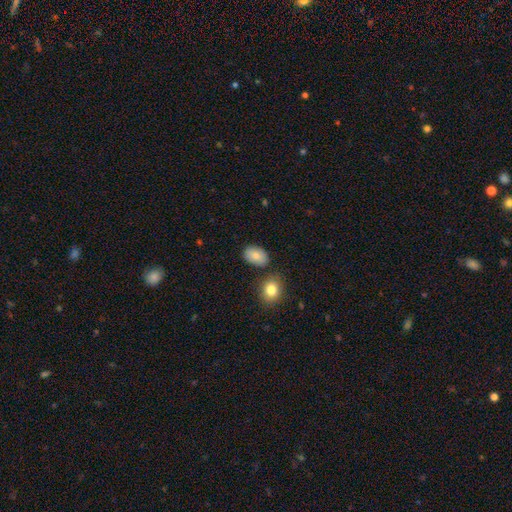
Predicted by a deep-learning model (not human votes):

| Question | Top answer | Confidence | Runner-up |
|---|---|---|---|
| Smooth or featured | smooth | 82% | featured or disk (10%) |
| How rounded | in between | 87% | round (11%) |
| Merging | none | 76% | minor disturbance (13%) |